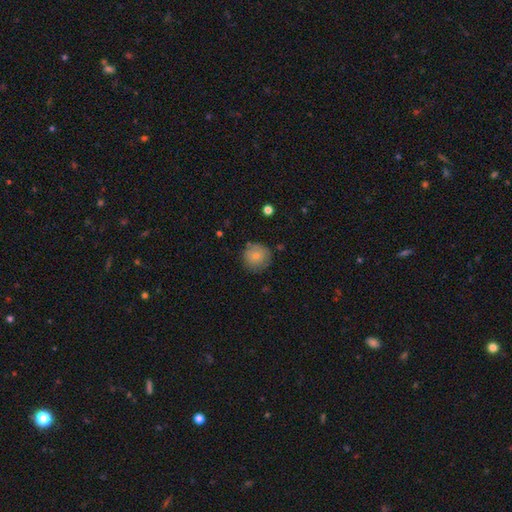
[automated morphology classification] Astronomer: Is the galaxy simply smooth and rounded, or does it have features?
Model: smooth — 79%.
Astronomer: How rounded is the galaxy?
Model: round — 94%.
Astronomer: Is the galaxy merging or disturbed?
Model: none — 80%.